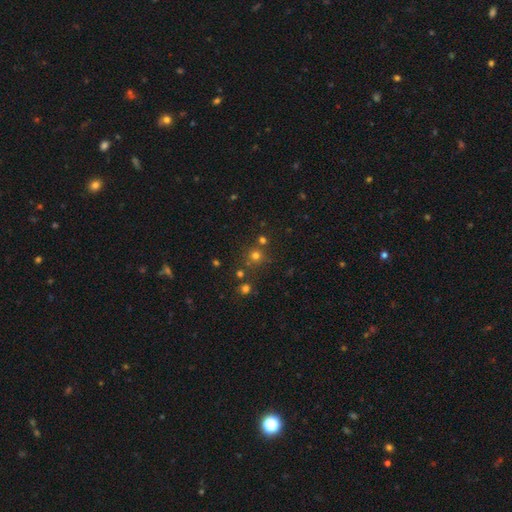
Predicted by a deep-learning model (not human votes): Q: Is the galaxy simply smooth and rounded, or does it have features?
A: smooth — 65%.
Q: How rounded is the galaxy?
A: round — 92%.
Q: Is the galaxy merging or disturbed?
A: none — 75%.